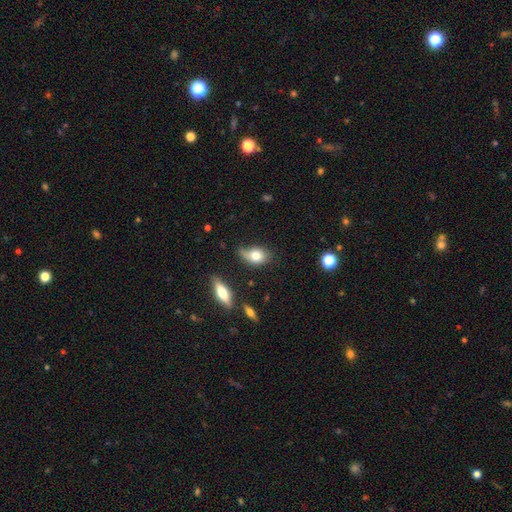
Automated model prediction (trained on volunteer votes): This is likely a smooth galaxy (76%). How rounded: likely in between (75%). Merging: marginally none (42%).